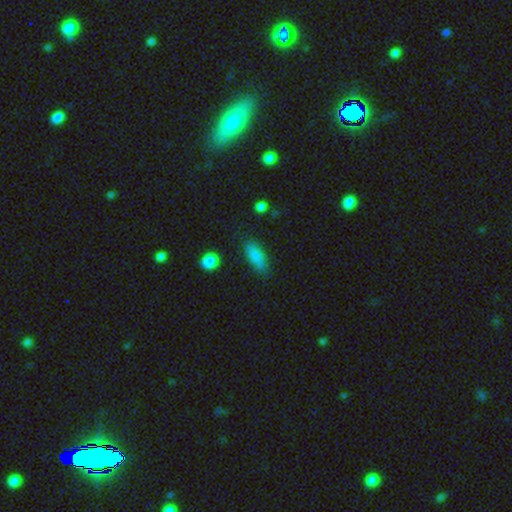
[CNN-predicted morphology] This is clearly a smooth galaxy (84%). How rounded: likely in between (73%). Merging: likely none (77%).